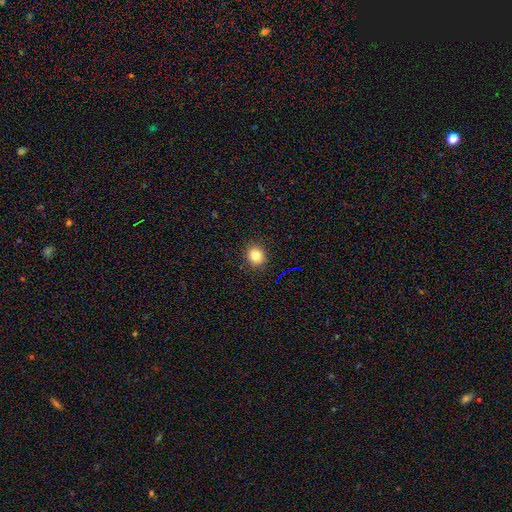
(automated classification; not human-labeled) The model was most divided on "how rounded": round: 76%, in between: 23%, cigar-shaped: 1%. More confident: merging — none (90%); smooth or featured — smooth (81%).